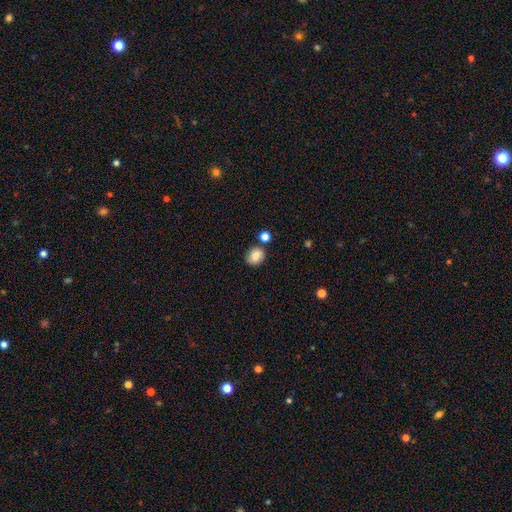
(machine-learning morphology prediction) Q: Smooth or featured?
A: smooth (82%); runner-up: star or artifact (9%)
Q: How rounded?
A: round (55%); runner-up: in between (44%)
Q: Merging?
A: none (72%); runner-up: minor disturbance (15%)